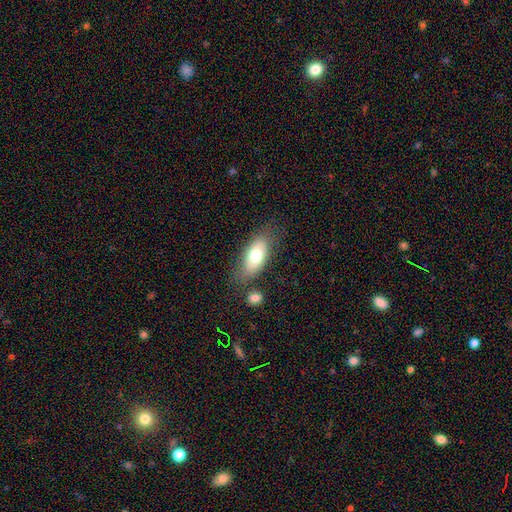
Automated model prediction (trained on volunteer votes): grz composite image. It shows a smooth galaxy with no disk features (69%) that is in between round and cigar-shaped (85%). Merging: none (68%).